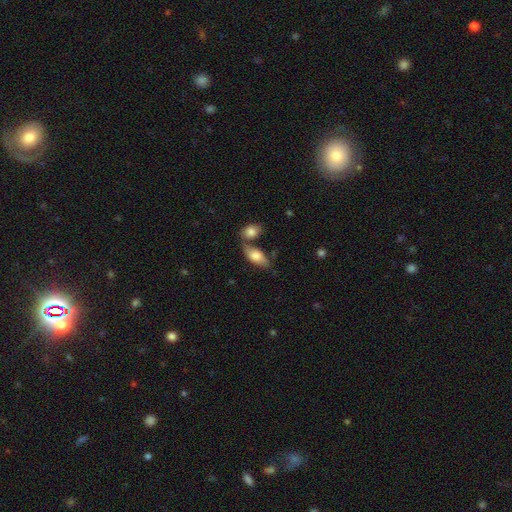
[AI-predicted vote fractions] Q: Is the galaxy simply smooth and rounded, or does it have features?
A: smooth — 76%.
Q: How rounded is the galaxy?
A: in between — 86%.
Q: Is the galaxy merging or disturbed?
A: none — 53%.